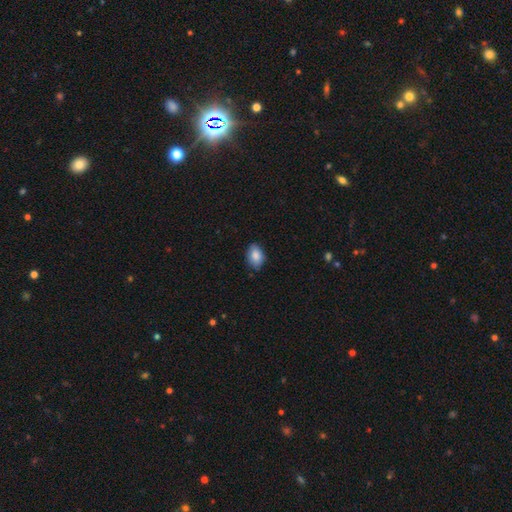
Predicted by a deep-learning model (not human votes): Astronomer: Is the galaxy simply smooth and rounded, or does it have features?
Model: smooth — 85%.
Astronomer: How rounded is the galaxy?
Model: in between — 85%.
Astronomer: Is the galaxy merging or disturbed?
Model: none — 77%.